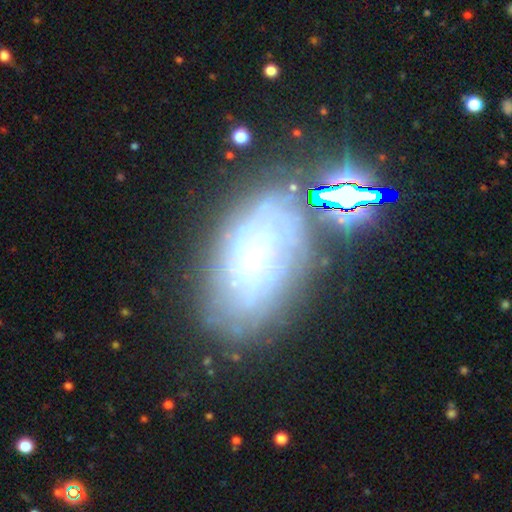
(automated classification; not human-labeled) featured or disk 62%, star or artifact 20%, smooth 18%. Down the decision tree: edge-on disk — no (93%); bar — no (51%); spiral arms — yes (79%); bulge size — small (62%); merging — none (68%).